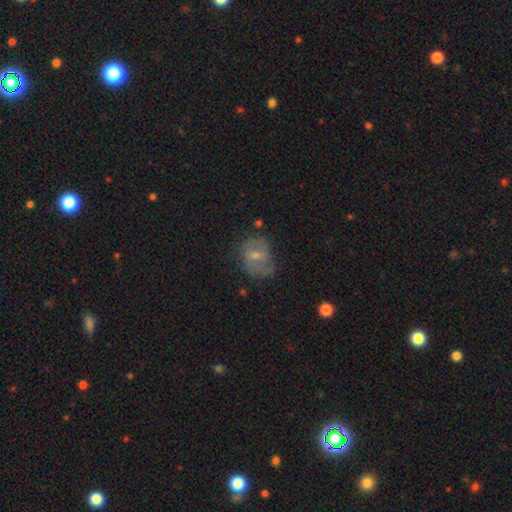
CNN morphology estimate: Smooth or featured?
  - featured or disk: 49% *
  - smooth: 42%
  - star or artifact: 9%
Merging?
  - none: 54% *
  - minor disturbance: 27%
  - major disturbance: 16%
  - merger: 3%